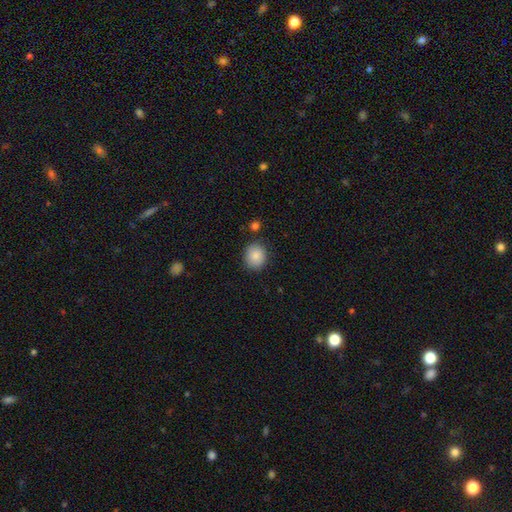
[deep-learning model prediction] A smooth galaxy with no disk features (87%) that is round (73%).

Vote fractions:
- Smooth or featured? smooth: 87% / star or artifact: 8% / featured or disk: 5%
- How rounded? round: 73% / in between: 26% / cigar-shaped: 1%
- Merging? none: 84% / minor disturbance: 10% / merger: 3% / major disturbance: 3%